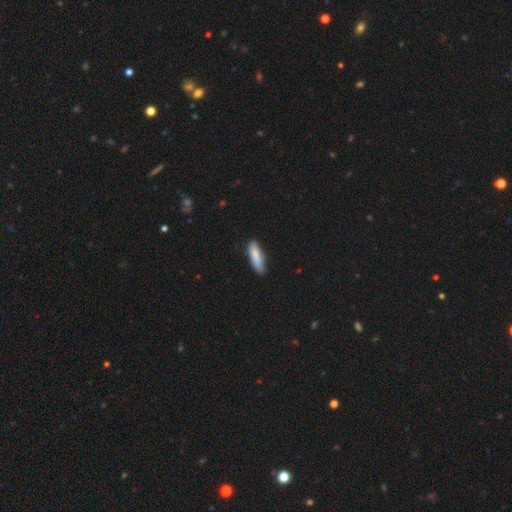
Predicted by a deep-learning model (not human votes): Smooth or featured?
  - smooth: 82% *
  - featured or disk: 12%
  - star or artifact: 6%
How rounded?
  - cigar-shaped: 51% *
  - in between: 48%
  - round: 2%
Merging?
  - none: 65% *
  - minor disturbance: 27%
  - major disturbance: 5%
  - merger: 2%